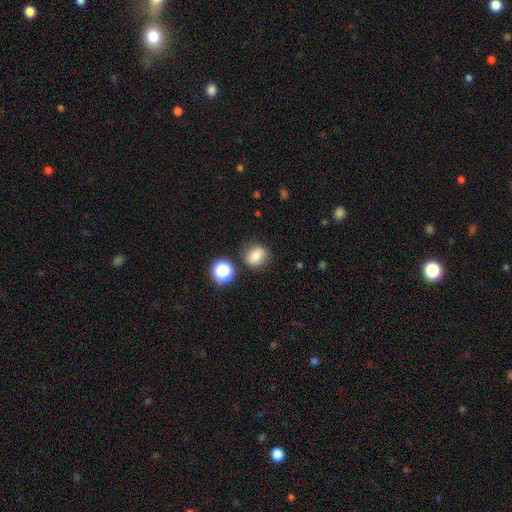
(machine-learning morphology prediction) The model was most divided on "how rounded": round: 68%, in between: 30%, cigar-shaped: 1%. More confident: merging — none (80%); smooth or featured — smooth (78%).